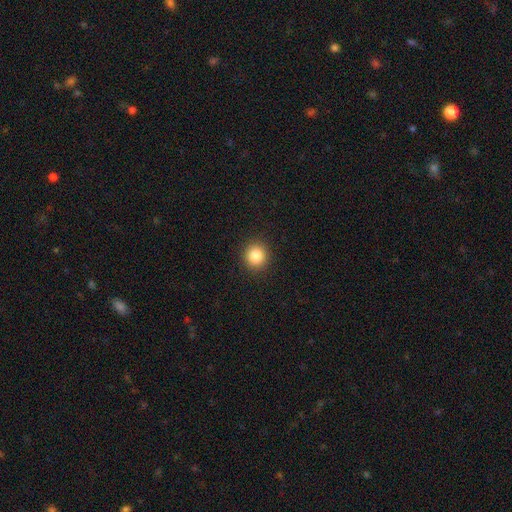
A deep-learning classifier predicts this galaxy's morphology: A smooth galaxy with no disk features (84%) that is round (91%). Merging: none (92%).